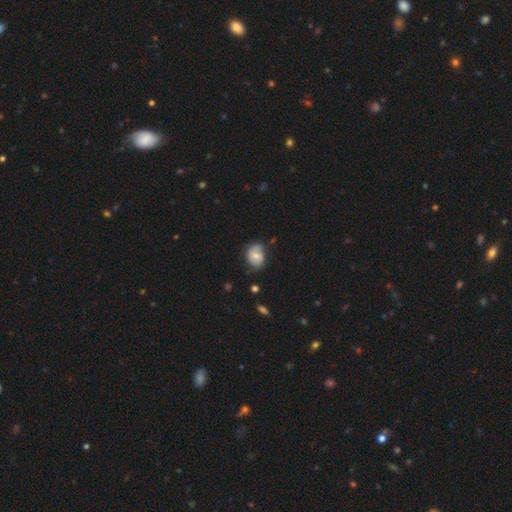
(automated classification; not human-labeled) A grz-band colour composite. It shows a smooth galaxy with no disk features (47%). Merging: none (59%).